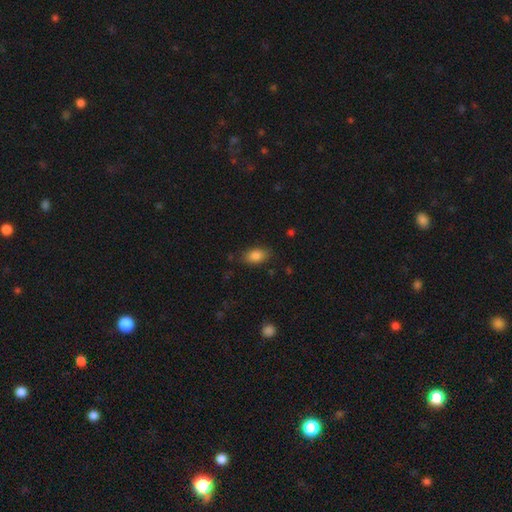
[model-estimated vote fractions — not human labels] Q: Smooth or featured?
A: smooth (83%); runner-up: star or artifact (9%)
Q: How rounded?
A: in between (87%); runner-up: round (10%)
Q: Merging?
A: none (80%); runner-up: minor disturbance (15%)